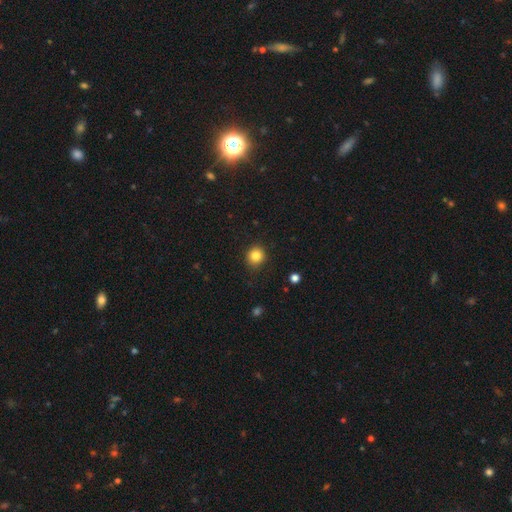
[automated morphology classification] Smooth or featured? smooth (84%)
How rounded? round (88%)
Merging? none (88%)